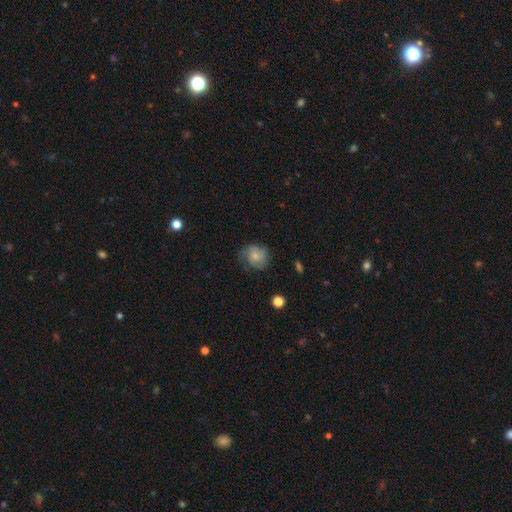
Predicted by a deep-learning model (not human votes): A smooth galaxy with no disk features (48%). Merging: none (64%).